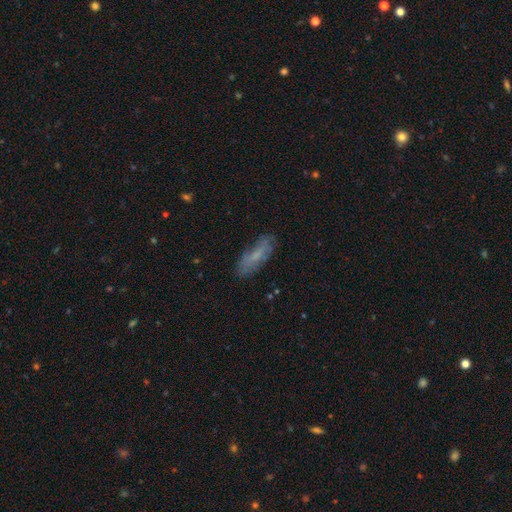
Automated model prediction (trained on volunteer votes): This is likely a smooth galaxy (61%). How rounded: possibly cigar-shaped (50%). Merging: likely none (73%).